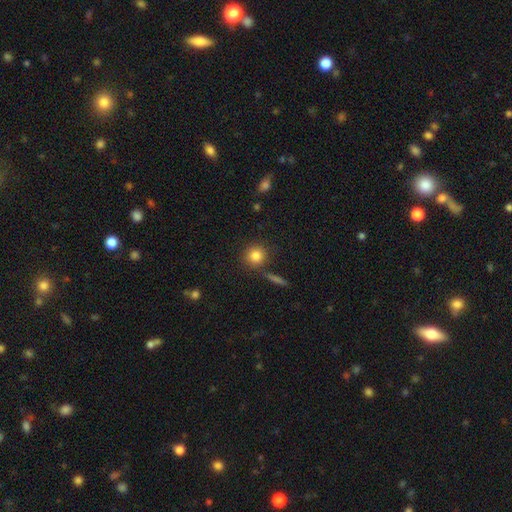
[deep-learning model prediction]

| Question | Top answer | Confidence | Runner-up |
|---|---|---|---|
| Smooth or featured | smooth | 83% | star or artifact (10%) |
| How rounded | round | 90% | in between (9%) |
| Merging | none | 80% | minor disturbance (9%) |